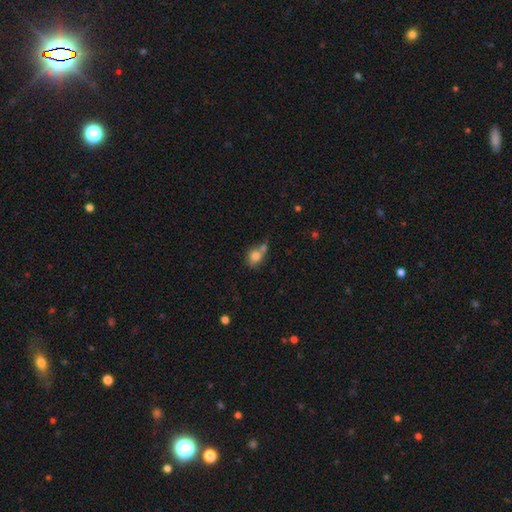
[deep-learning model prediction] smooth 77%, featured or disk 13%, star or artifact 10%. Down the decision tree: how rounded — round (61%); merging — merger (43%).